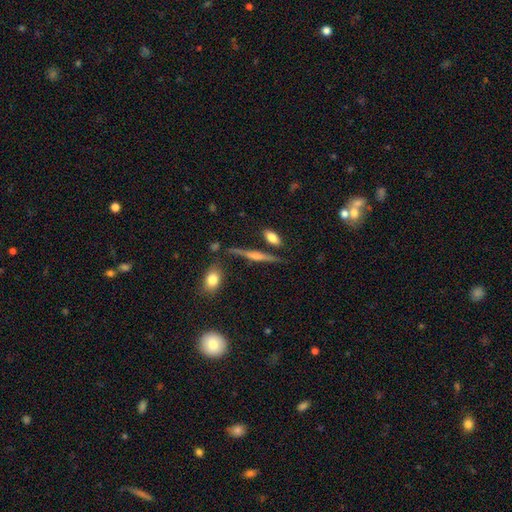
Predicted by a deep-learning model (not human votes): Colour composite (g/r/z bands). It shows a featured or disk galaxy (61%) viewed edge-on (95%) with a rounded central bulge (65%). Merging: none (80%).